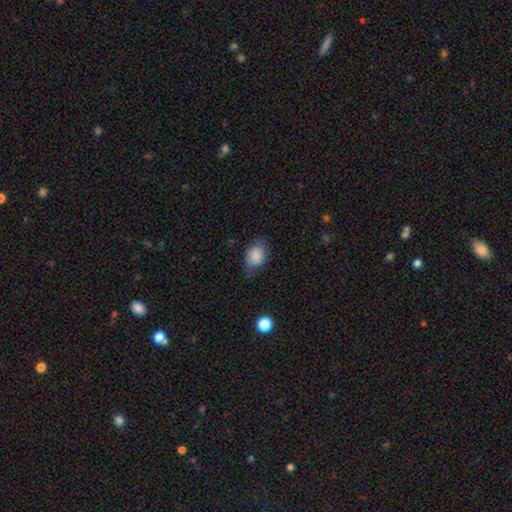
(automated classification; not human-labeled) Smooth or featured? Predicted: smooth (p=0.85). How rounded? Predicted: in between (p=0.76). Merging? Predicted: none (p=0.68).